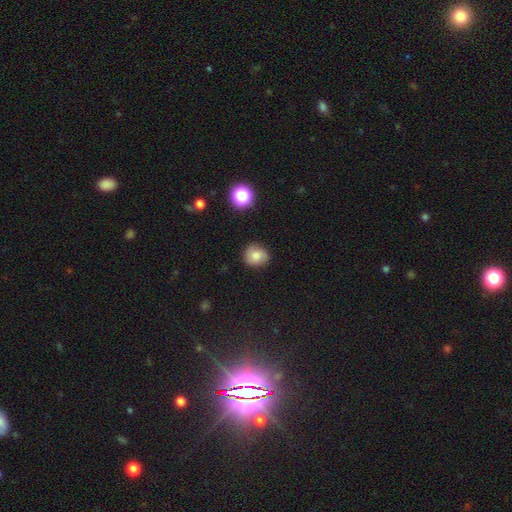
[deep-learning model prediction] This is likely a smooth galaxy (76%). How rounded: likely round (78%). Merging: likely none (80%).